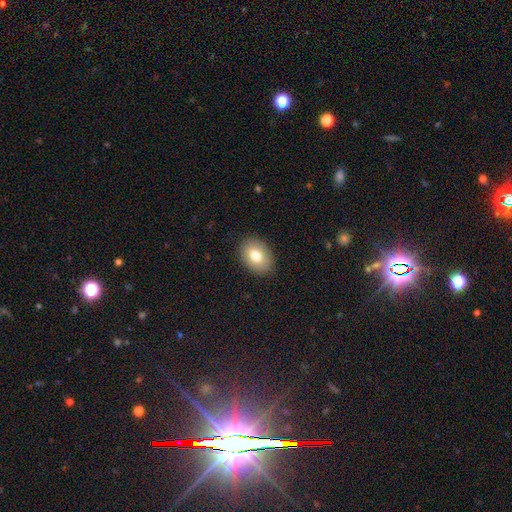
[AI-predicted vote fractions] The model was most divided on "how rounded": in between: 79%, round: 20%, cigar-shaped: 1%. More confident: merging — none (89%); smooth or featured — smooth (79%).